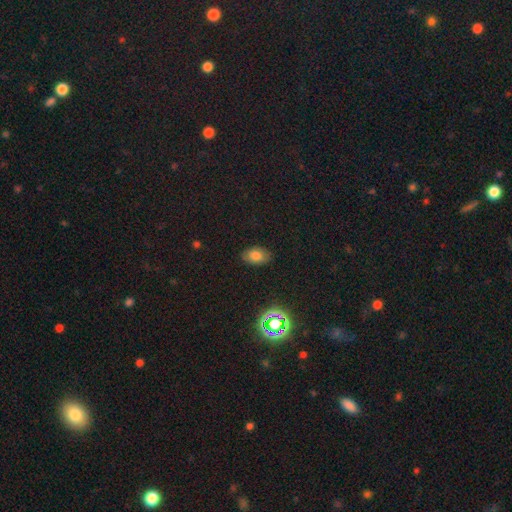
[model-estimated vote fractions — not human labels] The model was most divided on "smooth or featured": smooth: 76%, star or artifact: 14%, featured or disk: 10%. More confident: how rounded — in between (87%); merging — none (84%).